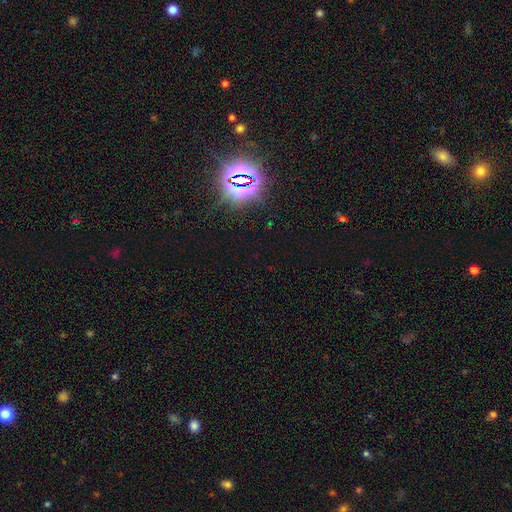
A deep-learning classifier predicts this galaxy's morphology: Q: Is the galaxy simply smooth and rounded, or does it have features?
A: star or artifact — 73%.